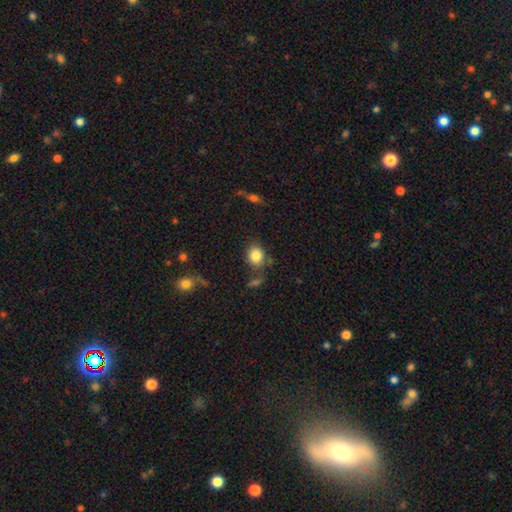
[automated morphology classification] Smooth or featured? Predicted: smooth (p=0.83). How rounded? Predicted: round (p=0.58). Merging? Predicted: none (p=0.72).